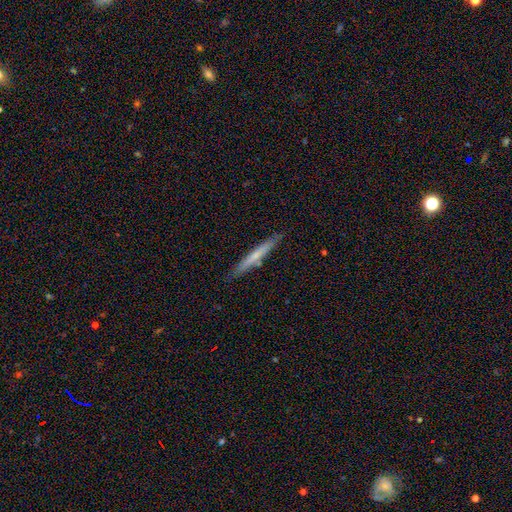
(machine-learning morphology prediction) Overall: smooth (55%; featured or disk 39%). How rounded: cigar-shaped (96%). Merging: none (87%).